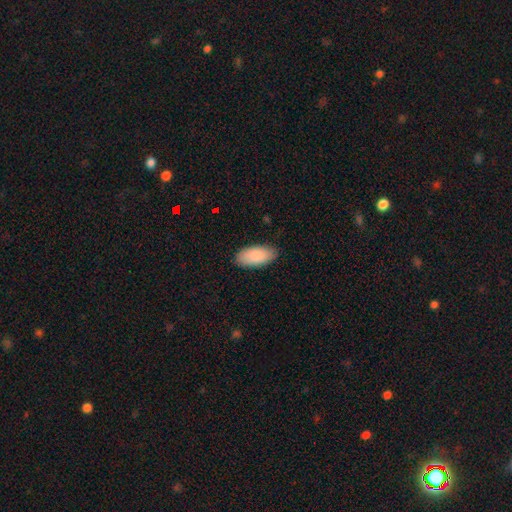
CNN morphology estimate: smooth_or_featured: smooth (p=0.88) [alt: featured or disk p=0.07]
how_rounded: in between (p=0.93) [alt: cigar-shaped p=0.05]
merging: none (p=0.86) [alt: minor disturbance p=0.11]